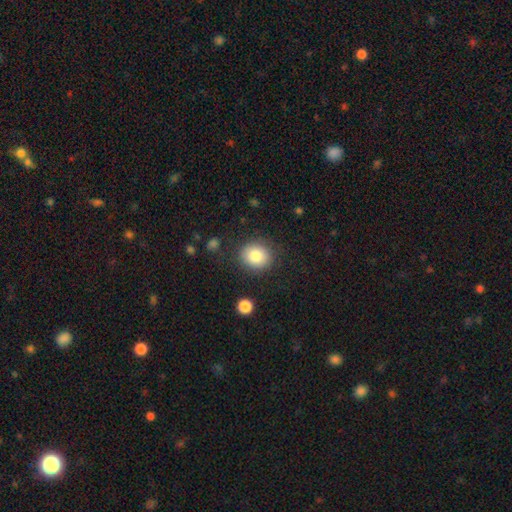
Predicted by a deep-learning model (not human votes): Smooth or featured?
  - smooth: 82% *
  - star or artifact: 9%
  - featured or disk: 9%
How rounded?
  - round: 71% *
  - in between: 29%
  - cigar-shaped: 1%
Merging?
  - none: 84% *
  - minor disturbance: 10%
  - major disturbance: 4%
  - merger: 2%